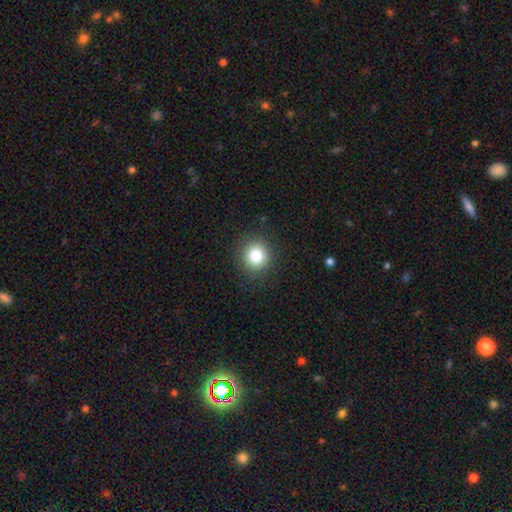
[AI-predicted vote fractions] smooth-or-featured: smooth: 82% | star or artifact: 11% | featured or disk: 7%
  how-rounded: round: 90% | in between: 9% | cigar-shaped: 1%
  merging: none: 90% | minor disturbance: 7% | major disturbance: 2% | merger: 1%